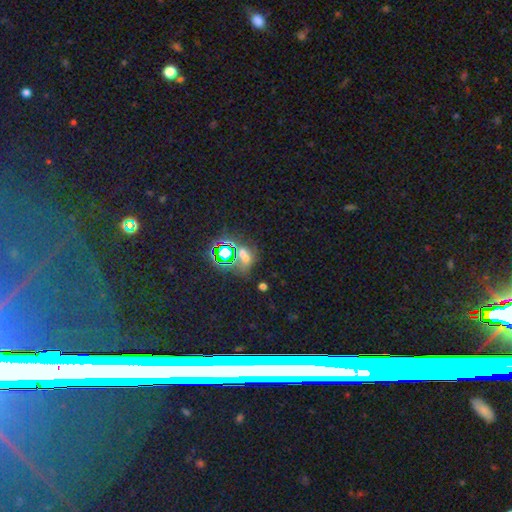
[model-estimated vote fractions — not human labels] smooth_or_featured: star or artifact (p=0.72) [alt: smooth p=0.15]